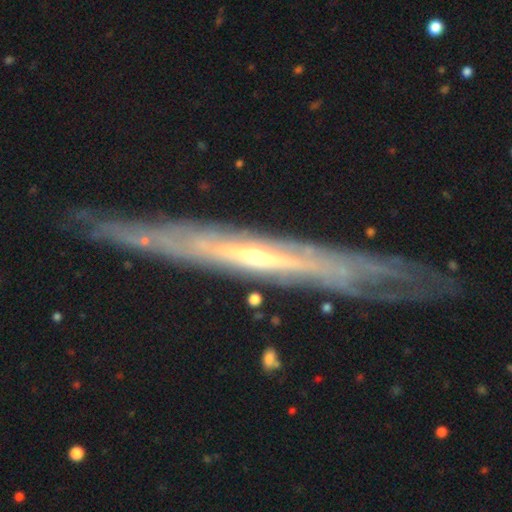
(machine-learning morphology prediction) The model was most divided on "edge-on bulge": none: 51%, rounded: 45%, boxy: 4%. More confident: smooth or featured — featured or disk (84%); merging — none (81%); edge-on disk — yes (73%).